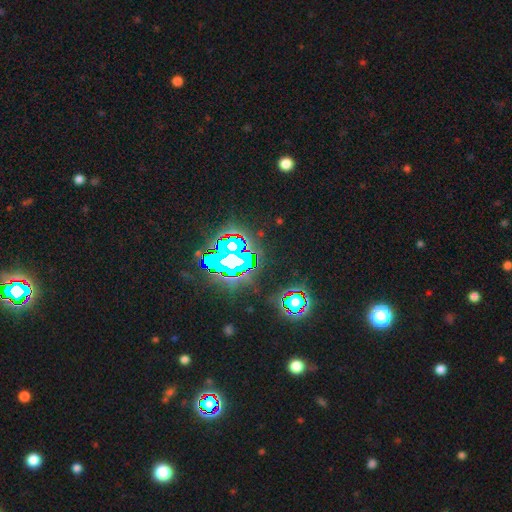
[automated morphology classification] This is clearly a star or artifact rather than a galaxy (82%).